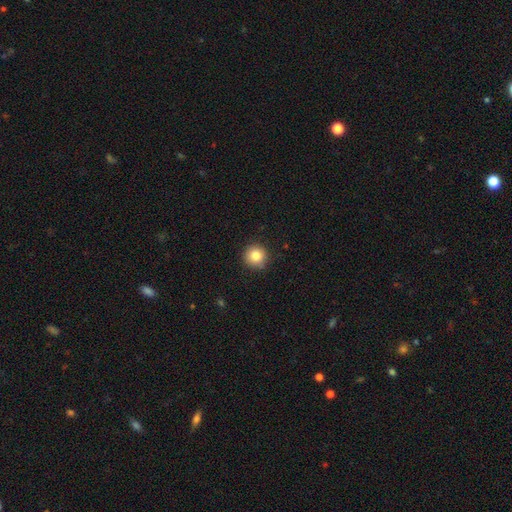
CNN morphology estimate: smooth_or_featured: smooth (p=0.83) [alt: star or artifact p=0.10]
how_rounded: round (p=0.95) [alt: in between p=0.04]
merging: none (p=0.90) [alt: minor disturbance p=0.07]